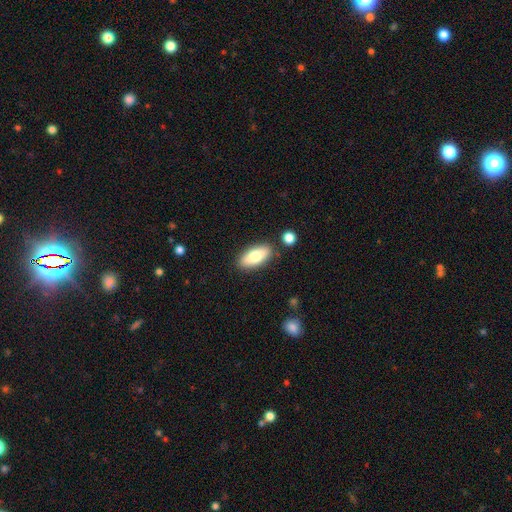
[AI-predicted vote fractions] Smooth or featured? Predicted: smooth (p=0.73). How rounded? Predicted: in between (p=0.82). Merging? Predicted: none (p=0.85).